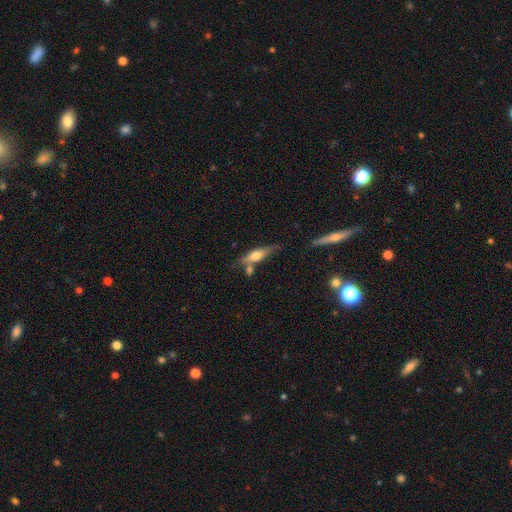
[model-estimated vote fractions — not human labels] Q: Smooth or featured?
A: smooth (49%); runner-up: featured or disk (44%)
Q: Merging?
A: none (61%); runner-up: merger (17%)